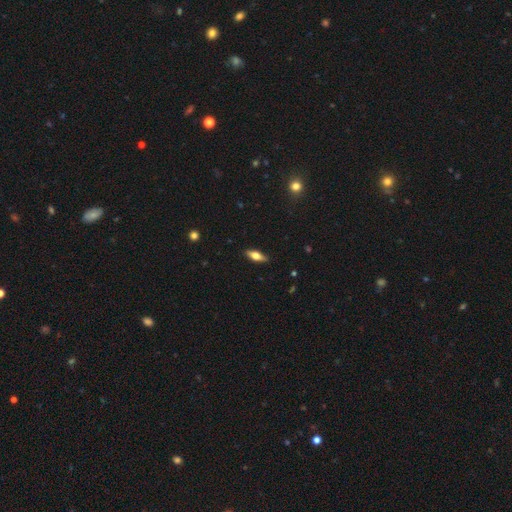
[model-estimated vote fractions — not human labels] Morphology: type=smooth (60%); roundness=in between (65%); merging=none (88%).